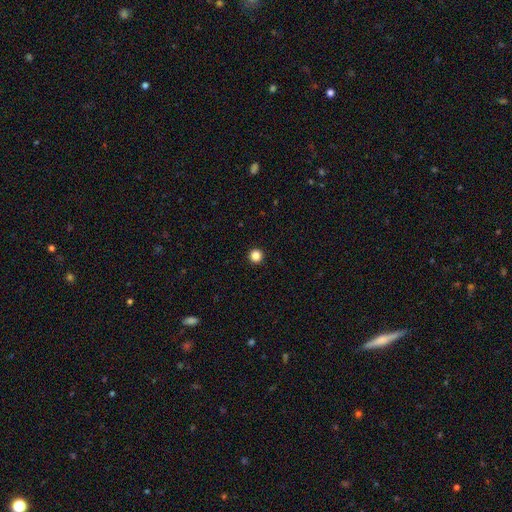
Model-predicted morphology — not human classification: Smooth or featured? Predicted: smooth (p=0.85). How rounded? Predicted: round (p=0.97). Merging? Predicted: none (p=0.94).